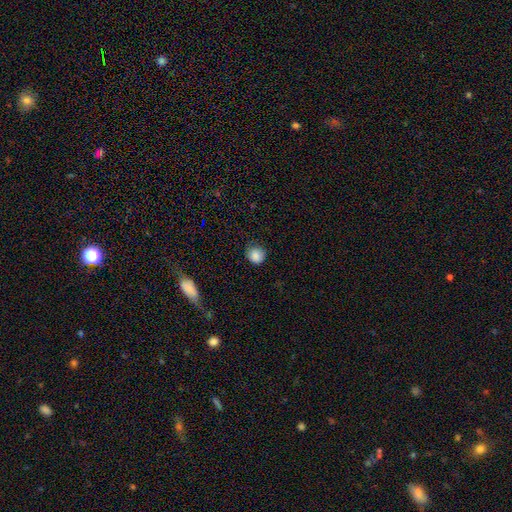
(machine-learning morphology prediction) Smooth or featured? smooth (86%)
How rounded? round (90%)
Merging? none (80%)